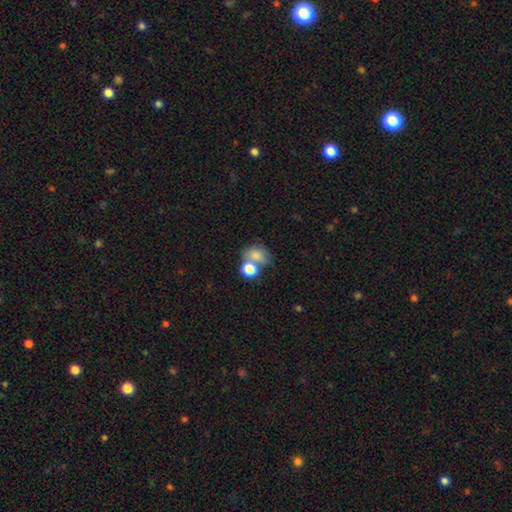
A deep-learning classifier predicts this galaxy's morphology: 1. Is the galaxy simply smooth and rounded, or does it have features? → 77% smooth, 12% featured or disk, 11% star or artifact.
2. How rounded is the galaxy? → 52% in between, 47% round, 1% cigar-shaped.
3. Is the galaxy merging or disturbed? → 48% merger, 33% none, 12% minor disturbance, 8% major disturbance.